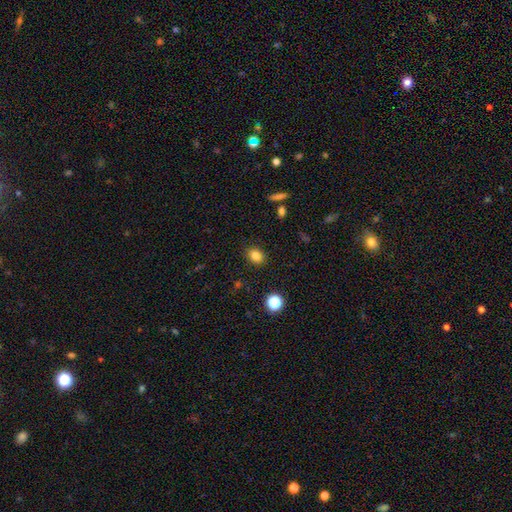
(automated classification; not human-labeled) Smooth or featured?
  - smooth: 83% *
  - star or artifact: 12%
  - featured or disk: 5%
How rounded?
  - in between: 51% *
  - round: 48%
  - cigar-shaped: 1%
Merging?
  - none: 88% *
  - minor disturbance: 8%
  - major disturbance: 2%
  - merger: 1%